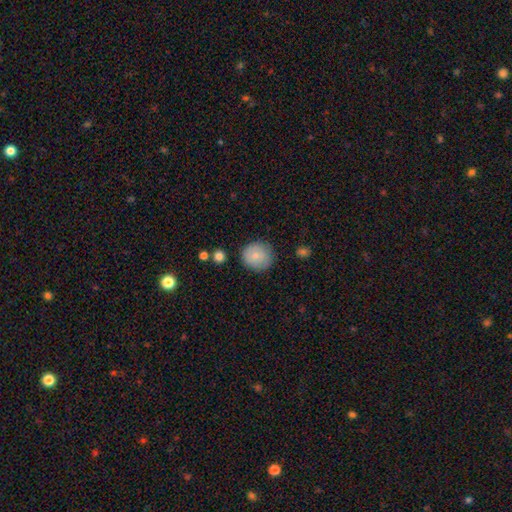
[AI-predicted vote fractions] Morphology: type=smooth (79%); roundness=round (88%); merging=none (80%).